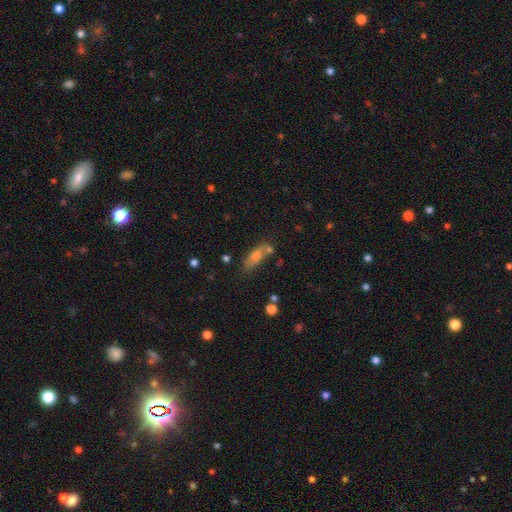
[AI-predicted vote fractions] smooth 65%, featured or disk 22%, star or artifact 13%. Down the decision tree: how rounded — in between (60%); merging — none (62%).